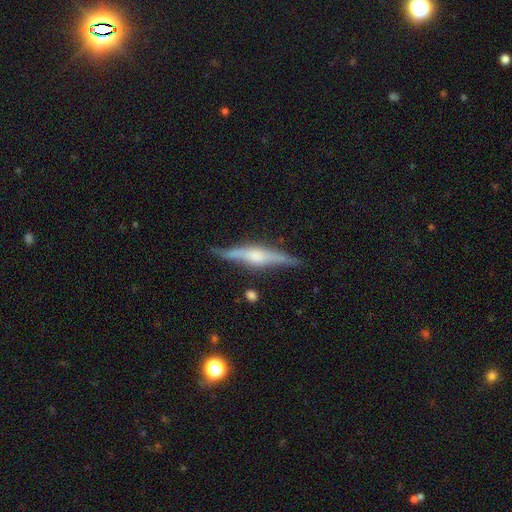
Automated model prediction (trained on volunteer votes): A featured or disk galaxy (77%) viewed edge-on (97%) with a rounded central bulge (73%).

Vote fractions:
- Smooth or featured? featured or disk: 77% / smooth: 17% / star or artifact: 6%
- Edge-on disk? yes: 97% / no: 3%
- Edge-on bulge? rounded: 73% / boxy: 20% / none: 7%
- Merging? none: 83% / minor disturbance: 13% / major disturbance: 3% / merger: 2%